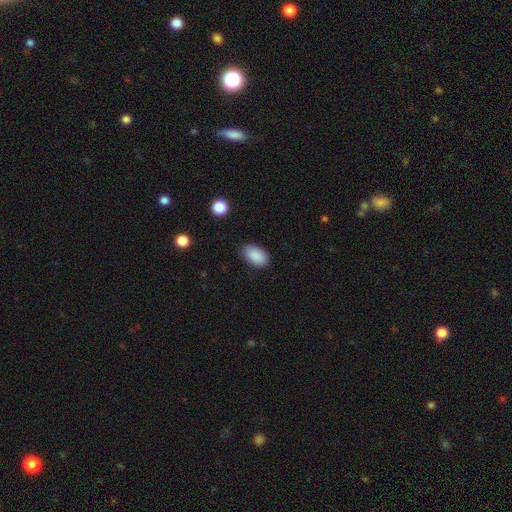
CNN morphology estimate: smooth_or_featured: smooth (p=0.89) [alt: star or artifact p=0.07]
how_rounded: in between (p=0.93) [alt: round p=0.06]
merging: none (p=0.83) [alt: minor disturbance p=0.13]